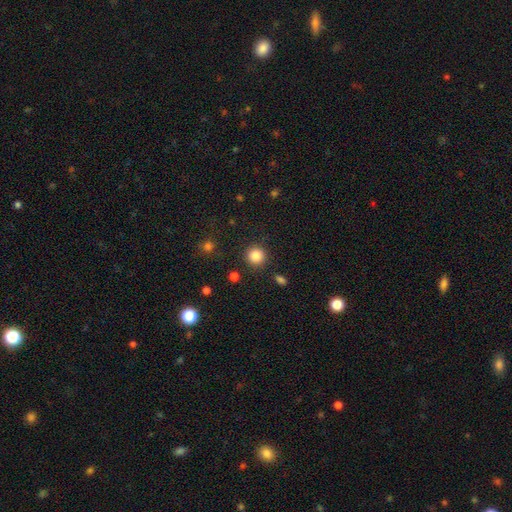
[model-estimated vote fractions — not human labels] Smooth or featured? smooth (85%)
How rounded? round (94%)
Merging? none (90%)